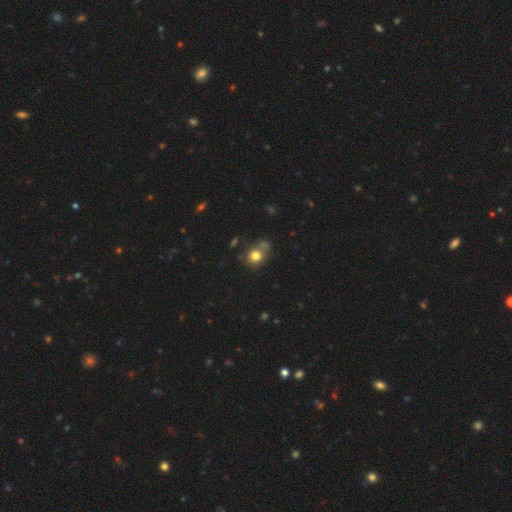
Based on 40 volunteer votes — smooth_or_featured: smooth (p=0.82) [alt: featured or disk p=0.10]
how_rounded: round (p=0.70) [alt: in between p=0.30]
merging: none (p=0.54) [alt: minor disturbance p=0.22]